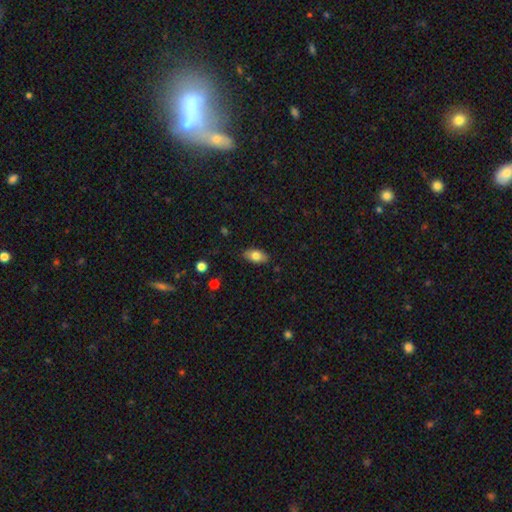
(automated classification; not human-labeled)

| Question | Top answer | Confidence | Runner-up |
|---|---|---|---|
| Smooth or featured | smooth | 79% | featured or disk (14%) |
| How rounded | in between | 91% | cigar-shaped (5%) |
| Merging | none | 86% | minor disturbance (11%) |